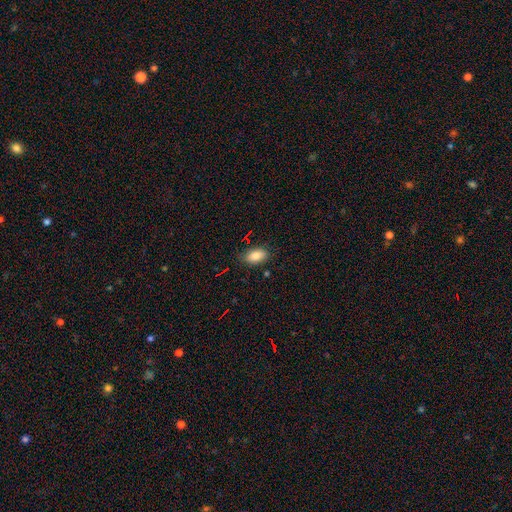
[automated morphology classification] smooth_or_featured: smooth (p=0.86) [alt: star or artifact p=0.08]
how_rounded: in between (p=0.92) [alt: round p=0.05]
merging: none (p=0.83) [alt: minor disturbance p=0.13]